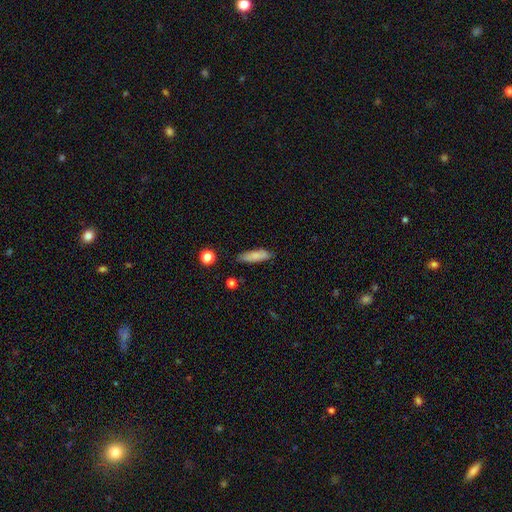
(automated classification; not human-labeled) Smooth or featured? Predicted: smooth (p=0.81). How rounded? Predicted: cigar-shaped (p=0.55). Merging? Predicted: none (p=0.81).